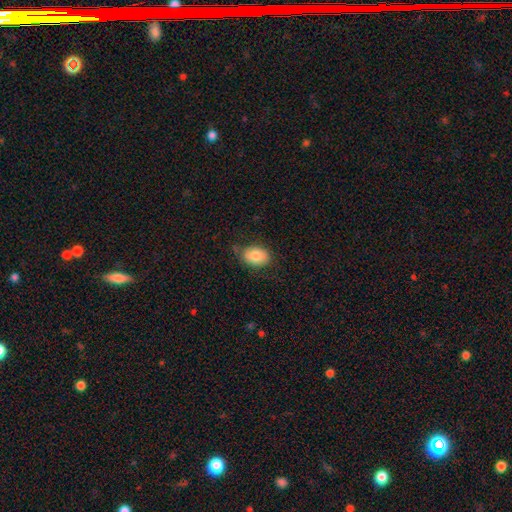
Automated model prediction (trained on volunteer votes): Overall: smooth (81%). How rounded: in between (73%). Merging: none (74%).